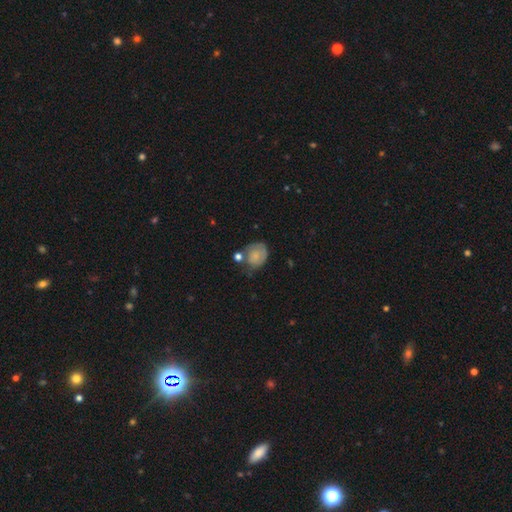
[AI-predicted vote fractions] smooth-or-featured: smooth: 62% | featured or disk: 30% | star or artifact: 9%
  how-rounded: round: 64% | in between: 35% | cigar-shaped: 1%
  merging: none: 45% | minor disturbance: 27% | merger: 14% | major disturbance: 14%